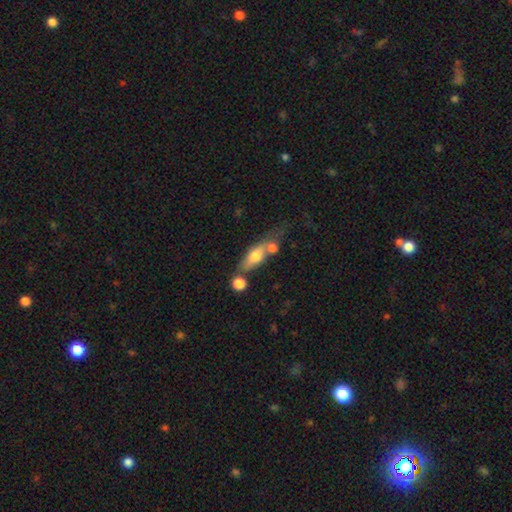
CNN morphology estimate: type=smooth (59%); roundness=in between (55%); merging=none (39%).